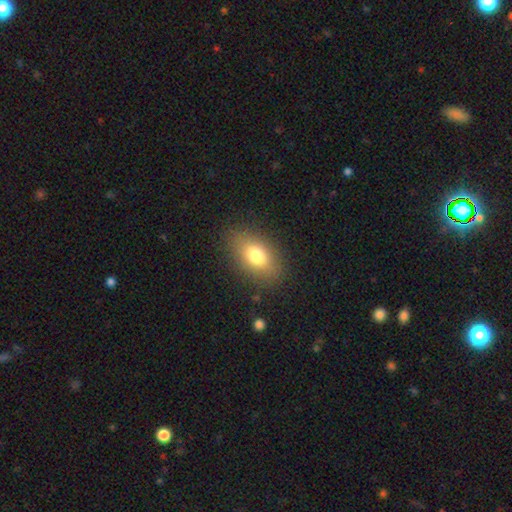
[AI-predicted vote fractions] smooth 77%, featured or disk 13%, star or artifact 9%. Down the decision tree: how rounded — in between (87%); merging — none (84%).